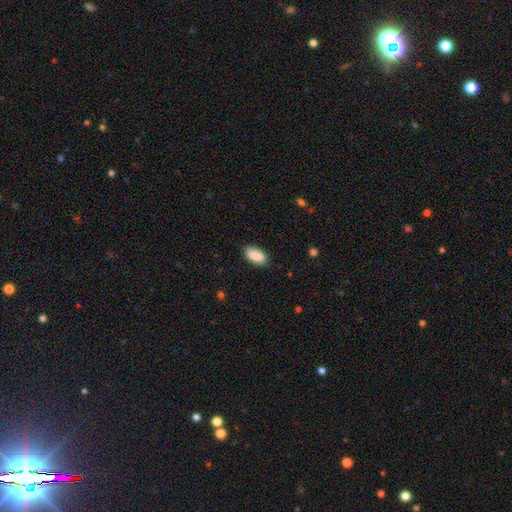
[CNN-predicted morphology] smooth_or_featured: smooth (p=0.89) [alt: star or artifact p=0.06]
how_rounded: in between (p=0.91) [alt: cigar-shaped p=0.06]
merging: none (p=0.85) [alt: minor disturbance p=0.11]